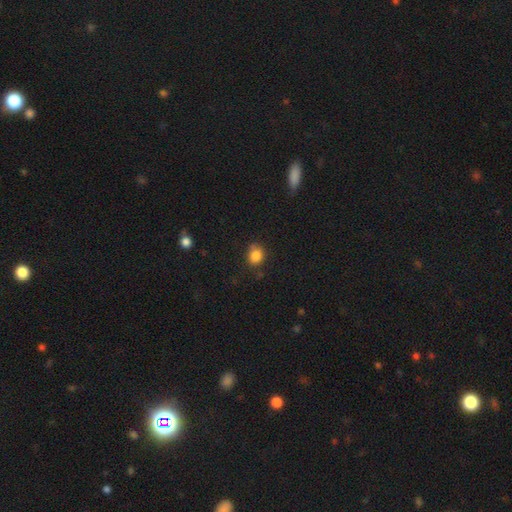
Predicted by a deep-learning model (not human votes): Smooth or featured? smooth (84%)
How rounded? round (65%)
Merging? none (67%)